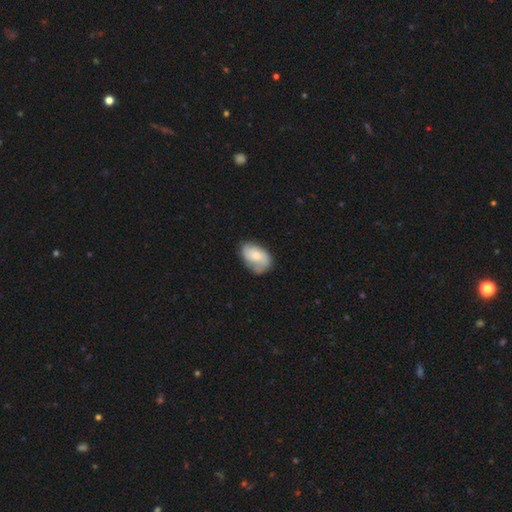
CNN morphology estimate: The model was most divided on "smooth or featured": smooth: 54%, featured or disk: 39%, star or artifact: 7%. More confident: how rounded — in between (89%); merging — none (62%).